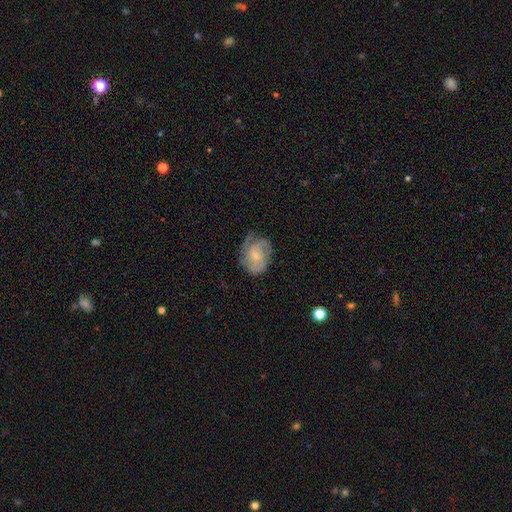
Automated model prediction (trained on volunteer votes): featured or disk 67%, smooth 27%, star or artifact 7%. Down the decision tree: edge-on disk — no (97%); bar — no (69%); spiral arms — yes (88%); spiral arm count — 2 (43%); spiral winding — tight (48%); bulge size — small (63%); merging — none (58%).